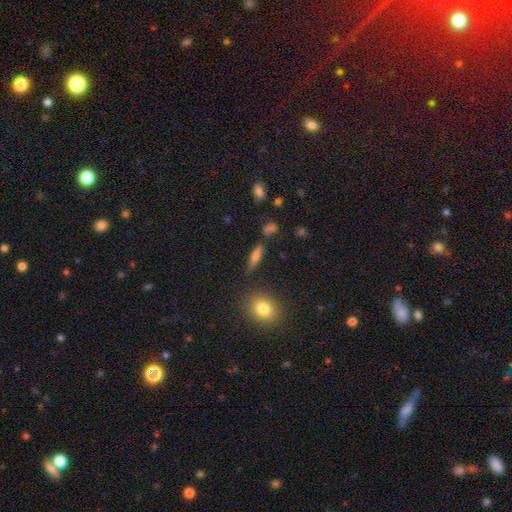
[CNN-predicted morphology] A smooth galaxy with no disk features (55%) that is cigar-shaped (63%). Merging: none (76%).